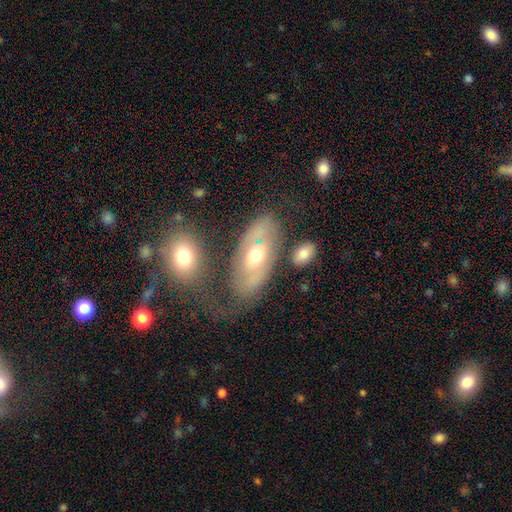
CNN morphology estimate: This appears to be a featured or disk galaxy (56%). Merging: none (57%).